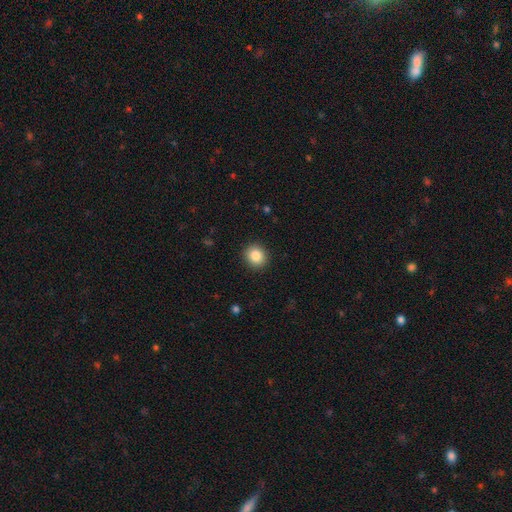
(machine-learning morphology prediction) This appears to be a smooth galaxy with no disk features (86%) that is round (83%). Merging: none (91%).